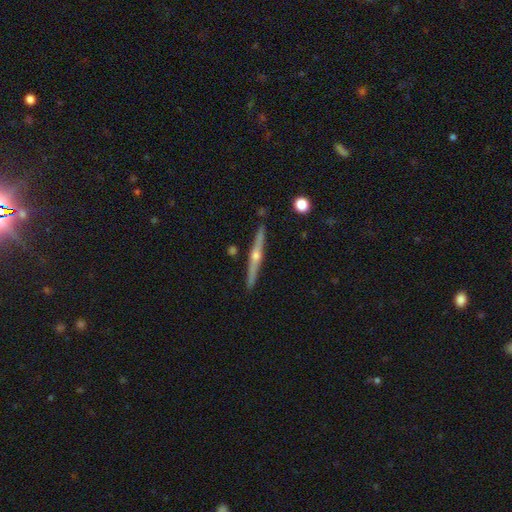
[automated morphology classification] featured or disk 79%, smooth 15%, star or artifact 6%. Down the decision tree: edge-on disk — yes (98%); edge-on bulge — rounded (87%); merging — none (89%).